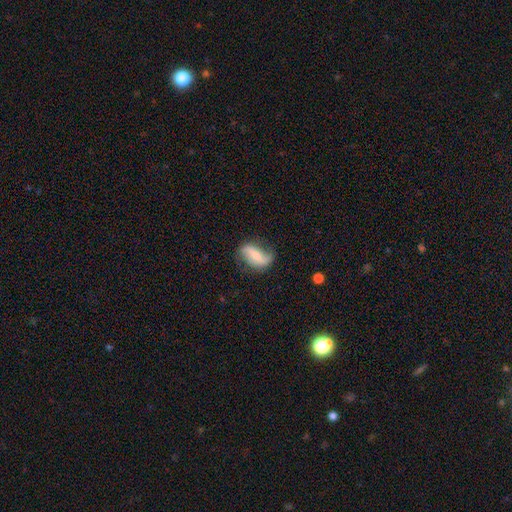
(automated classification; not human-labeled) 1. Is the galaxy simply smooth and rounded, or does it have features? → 64% featured or disk, 29% smooth, 7% star or artifact.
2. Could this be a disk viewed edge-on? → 91% no, 9% yes.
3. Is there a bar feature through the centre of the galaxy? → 45% strong, 31% weak, 25% no.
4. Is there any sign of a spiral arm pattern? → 84% yes, 16% no.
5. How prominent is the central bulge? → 51% small, 39% moderate, 6% none, 3% large, 1% dominant.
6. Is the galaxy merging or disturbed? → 64% none, 25% minor disturbance, 9% major disturbance, 2% merger.